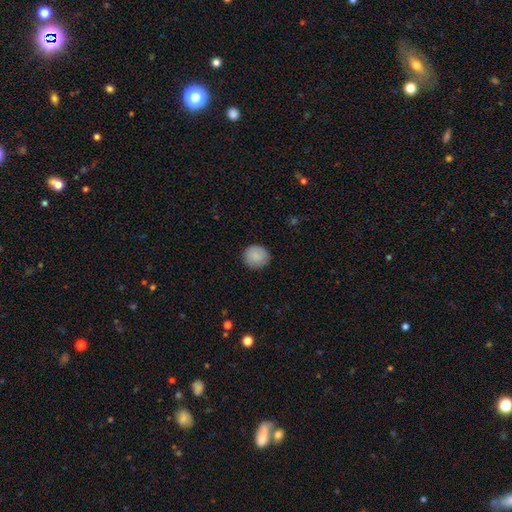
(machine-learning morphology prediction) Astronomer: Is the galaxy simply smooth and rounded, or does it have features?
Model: smooth — 88%.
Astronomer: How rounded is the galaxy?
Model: round — 91%.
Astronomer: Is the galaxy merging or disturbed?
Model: none — 89%.